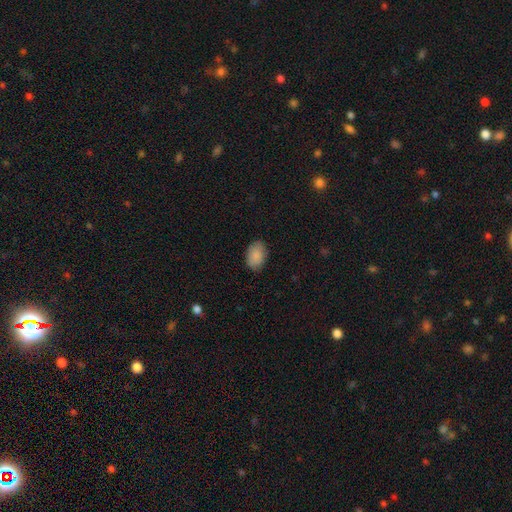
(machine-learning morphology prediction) smooth_or_featured: smooth (p=0.89) [alt: star or artifact p=0.07]
how_rounded: in between (p=0.88) [alt: round p=0.11]
merging: none (p=0.84) [alt: minor disturbance p=0.12]